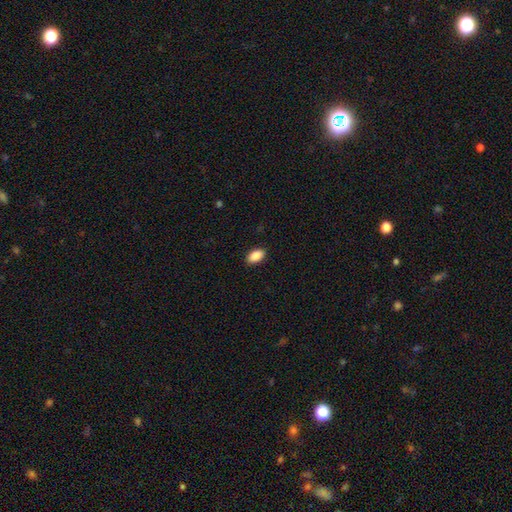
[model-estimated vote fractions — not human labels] smooth-or-featured: smooth: 89% | star or artifact: 7% | featured or disk: 4%
  how-rounded: in between: 94% | round: 4% | cigar-shaped: 2%
  merging: none: 90% | minor disturbance: 8% | major disturbance: 2% | merger: 1%